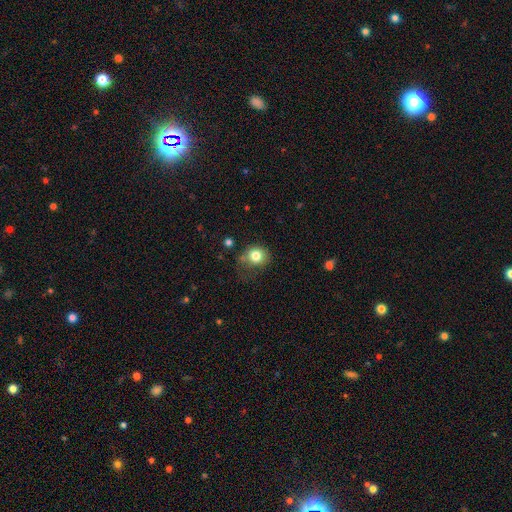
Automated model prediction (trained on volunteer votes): A smooth galaxy with no disk features (80%) that is round (72%). Merging: none (55%).